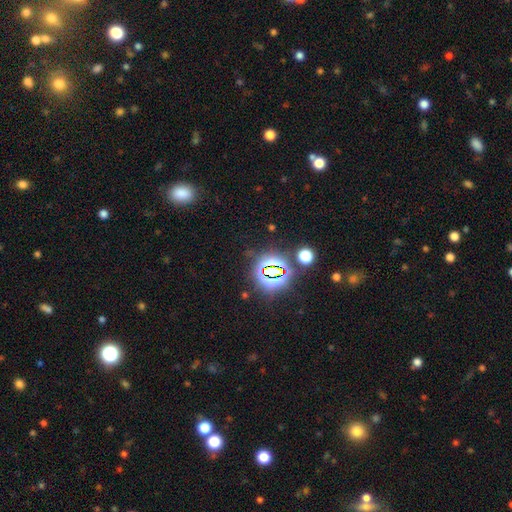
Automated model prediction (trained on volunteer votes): This appears to be a star or artifact, not a galaxy (79%).